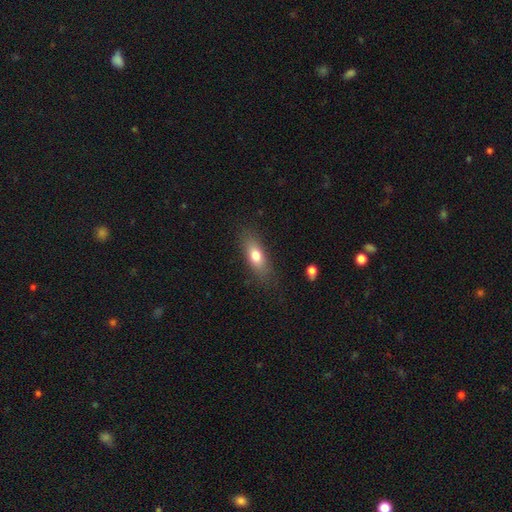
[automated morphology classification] Q: Smooth or featured?
A: smooth (74%); runner-up: featured or disk (19%)
Q: How rounded?
A: in between (67%); runner-up: cigar-shaped (28%)
Q: Merging?
A: none (80%); runner-up: minor disturbance (14%)